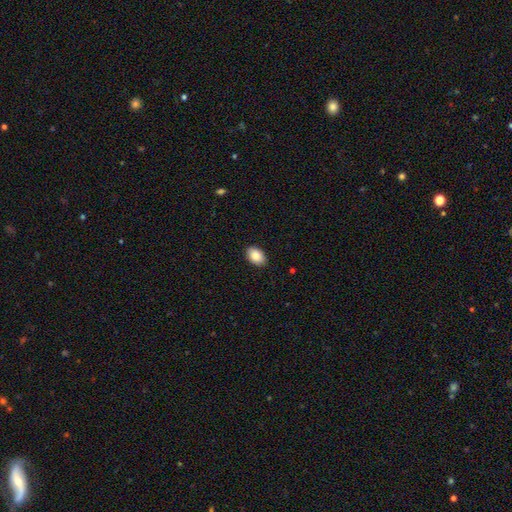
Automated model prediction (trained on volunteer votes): A smooth galaxy with no disk features (89%) that is in between round and cigar-shaped (88%).

Vote fractions:
- Smooth or featured? smooth: 89% / star or artifact: 7% / featured or disk: 4%
- How rounded? in between: 88% / round: 11% / cigar-shaped: 1%
- Merging? none: 90% / minor disturbance: 8% / major disturbance: 2% / merger: 1%